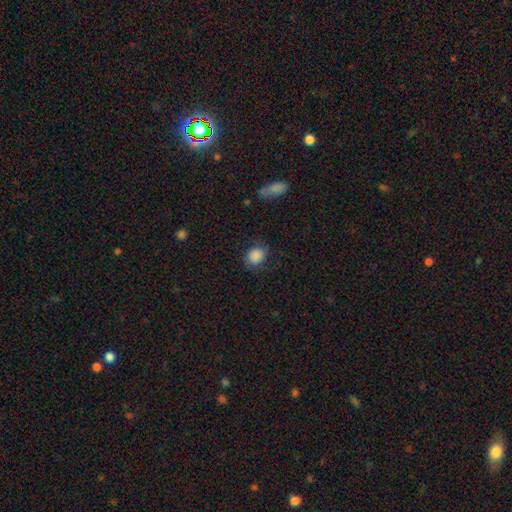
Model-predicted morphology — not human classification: Smooth or featured: smooth — 88% (star or artifact — 8%)
How rounded: round — 56% (in between — 43%)
Merging: none — 78% (minor disturbance — 16%)